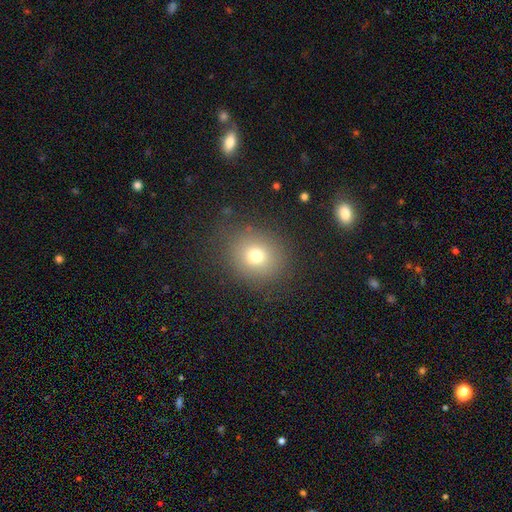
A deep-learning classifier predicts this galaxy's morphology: type=smooth (74%); roundness=round (76%); merging=none (82%).